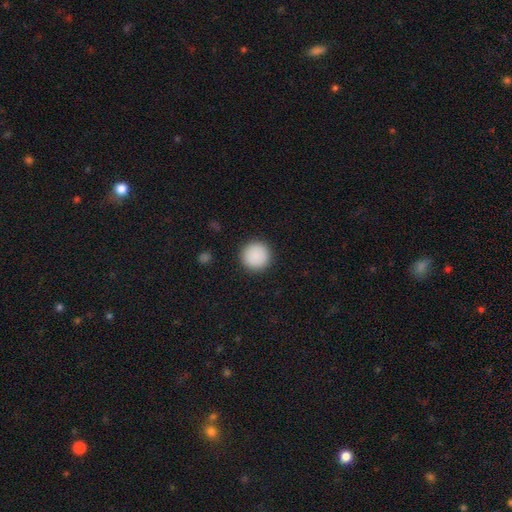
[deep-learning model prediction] Overall: smooth (90%). How rounded: round (96%). Merging: none (93%).